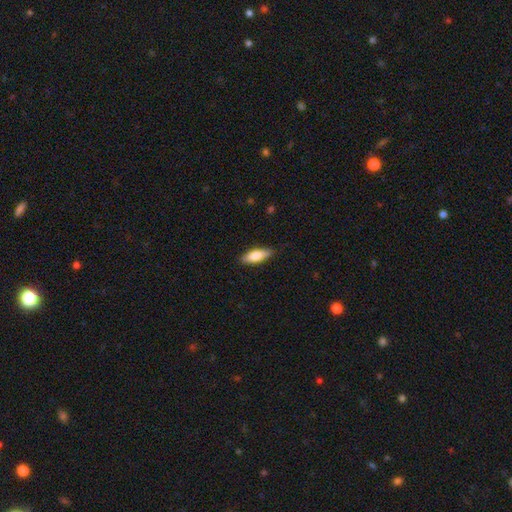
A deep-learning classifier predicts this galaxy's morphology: Smooth or featured?
  - smooth: 78% *
  - featured or disk: 17%
  - star or artifact: 6%
How rounded?
  - in between: 62% *
  - cigar-shaped: 35%
  - round: 2%
Merging?
  - none: 85% *
  - minor disturbance: 12%
  - major disturbance: 2%
  - merger: 1%